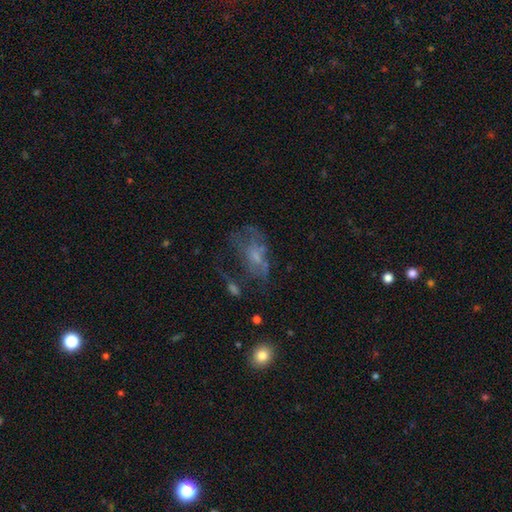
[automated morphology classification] smooth-or-featured: featured or disk: 49% | smooth: 34% | star or artifact: 17%
  merging: major disturbance: 41% | none: 31% | minor disturbance: 19% | merger: 9%